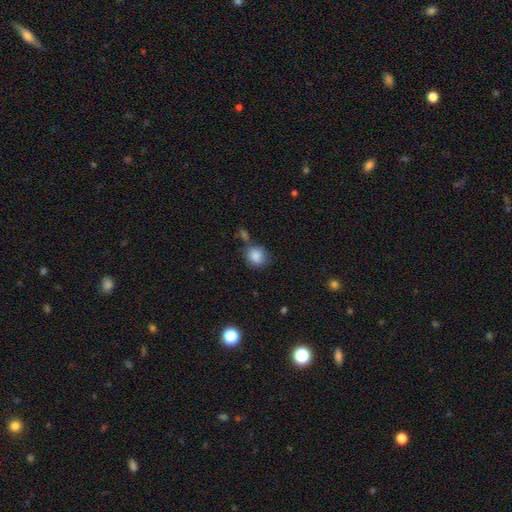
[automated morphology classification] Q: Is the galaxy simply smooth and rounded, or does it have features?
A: smooth — 86%.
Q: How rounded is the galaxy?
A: round — 79%.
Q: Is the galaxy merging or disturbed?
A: none — 59%.